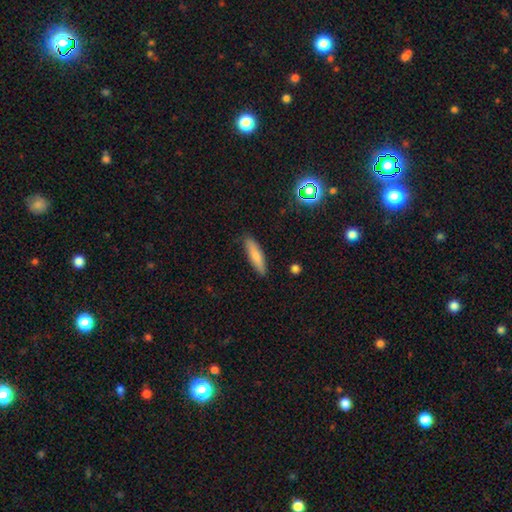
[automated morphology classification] A smooth galaxy with no disk features (78%) that is cigar-shaped (72%). Merging: none (85%).